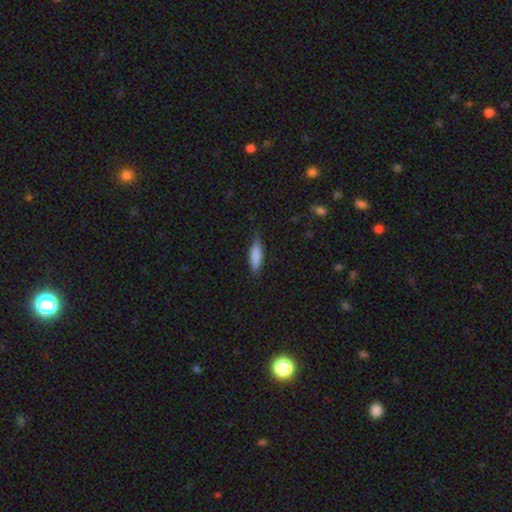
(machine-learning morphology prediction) A smooth galaxy with no disk features (84%) that is cigar-shaped (53%).

Vote fractions:
- Smooth or featured? smooth: 84% / featured or disk: 10% / star or artifact: 6%
- How rounded? cigar-shaped: 53% / in between: 45% / round: 2%
- Merging? none: 79% / minor disturbance: 17% / major disturbance: 3% / merger: 1%